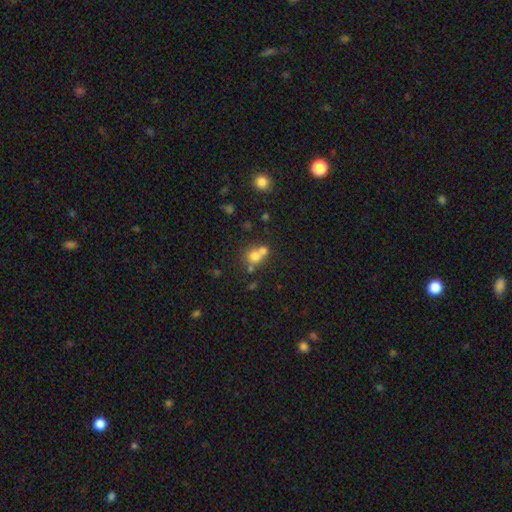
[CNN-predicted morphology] This is likely a smooth galaxy (70%). How rounded: likely round (75%). Merging: possibly merger (54%).